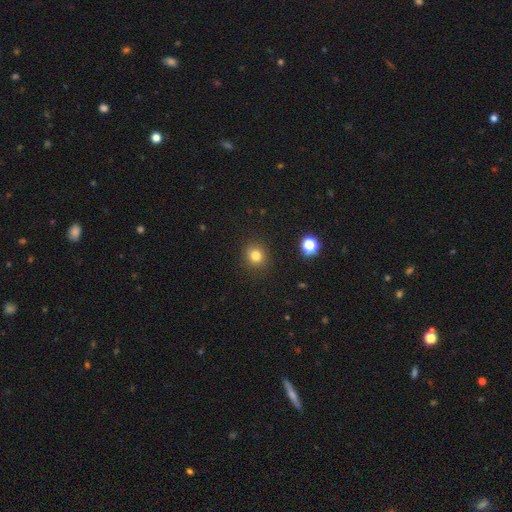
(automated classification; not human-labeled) smooth 80%, star or artifact 14%, featured or disk 6%. Down the decision tree: how rounded — round (85%); merging — none (90%).